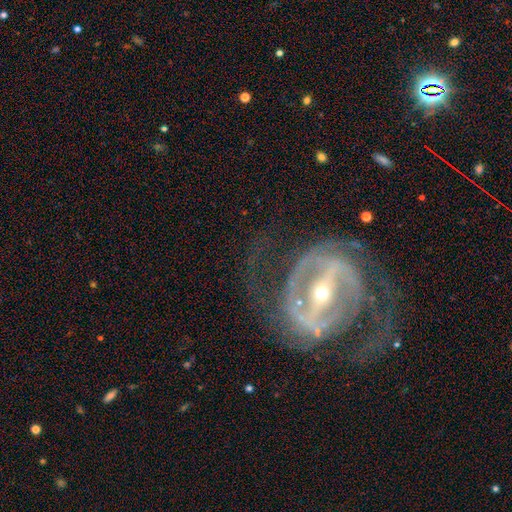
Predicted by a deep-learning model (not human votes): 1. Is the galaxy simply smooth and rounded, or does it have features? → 90% featured or disk, 6% star or artifact, 4% smooth.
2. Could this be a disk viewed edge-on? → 94% no, 6% yes.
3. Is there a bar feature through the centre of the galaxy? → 80% strong, 15% weak, 5% no.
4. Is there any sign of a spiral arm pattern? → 91% yes, 9% no.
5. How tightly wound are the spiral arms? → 45% medium, 39% tight, 15% loose.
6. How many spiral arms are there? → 78% 2, 9% can't tell, 5% 3, 3% 1, 3% 4, 2% more than 4.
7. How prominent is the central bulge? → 55% small, 41% moderate, 2% large, 1% dominant, 1% none.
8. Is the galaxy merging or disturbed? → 69% none, 17% major disturbance, 13% minor disturbance, 2% merger.